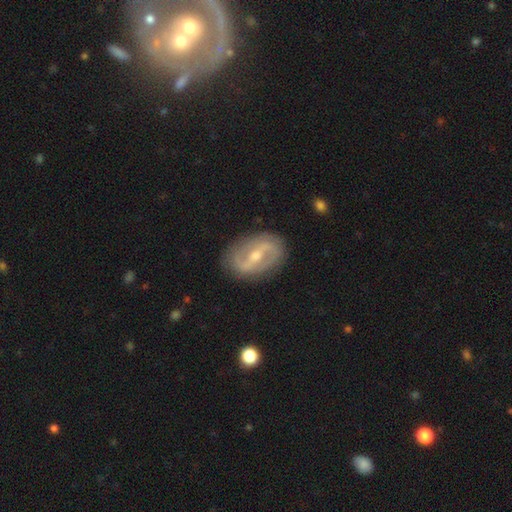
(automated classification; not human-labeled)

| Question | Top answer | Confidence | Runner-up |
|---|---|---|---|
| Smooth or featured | featured or disk | 82% | smooth (13%) |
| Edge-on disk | no | 95% | yes (5%) |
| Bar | strong | 56% | weak (33%) |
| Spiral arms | yes | 76% | no (24%) |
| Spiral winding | medium | 41% | loose (30%) |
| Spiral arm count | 2 | 86% | can't tell (9%) |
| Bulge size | moderate | 53% | small (43%) |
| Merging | none | 85% | minor disturbance (11%) |